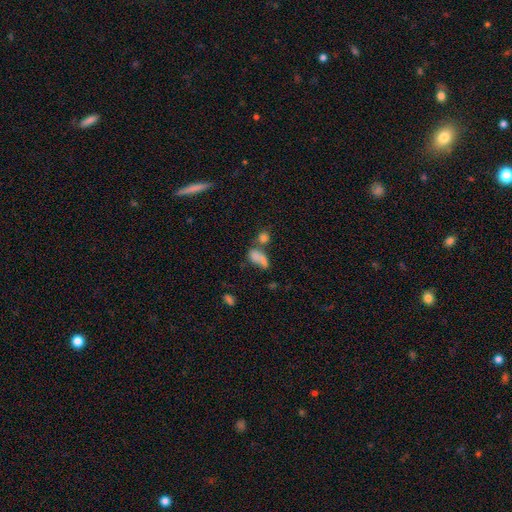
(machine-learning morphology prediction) smooth_or_featured: smooth (p=0.71) [alt: featured or disk p=0.17]
how_rounded: in between (p=0.75) [alt: round p=0.17]
merging: merger (p=0.43) [alt: none p=0.27]